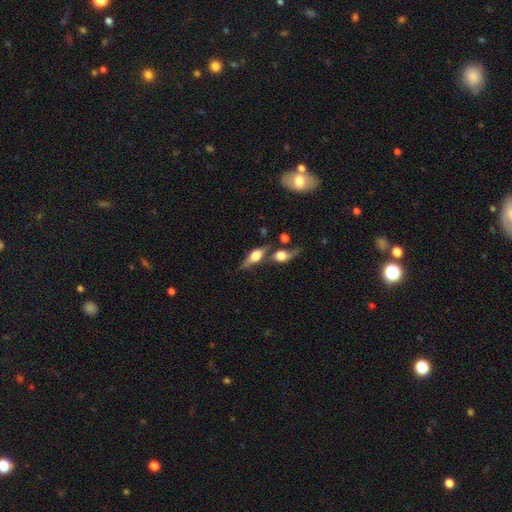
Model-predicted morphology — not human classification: The model was most divided on "merging": none: 44%, merger: 34%, minor disturbance: 14%, major disturbance: 9%. More confident: edge-on bulge — rounded (92%); edge-on disk — yes (85%); smooth or featured — featured or disk (61%).